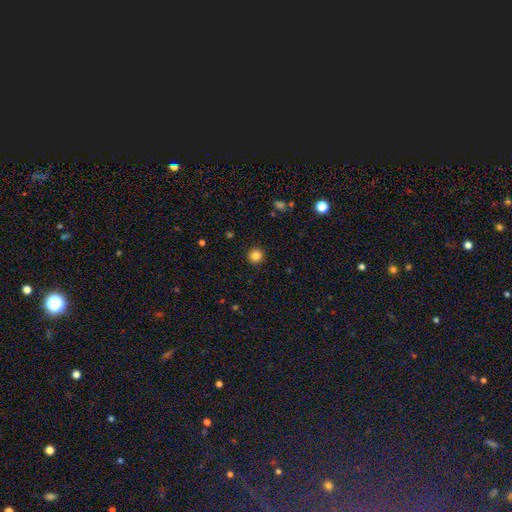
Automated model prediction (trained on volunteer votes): This appears to be a smooth galaxy with no disk features (84%) that is round (94%). Merging: none (92%).